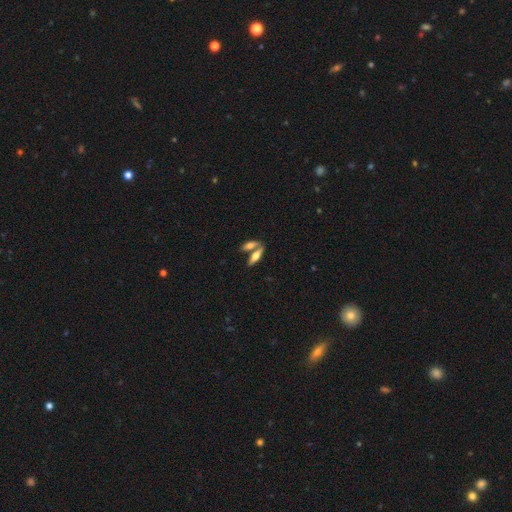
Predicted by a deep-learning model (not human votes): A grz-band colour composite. It shows a smooth galaxy with no disk features (48%). Merging: none (53%).